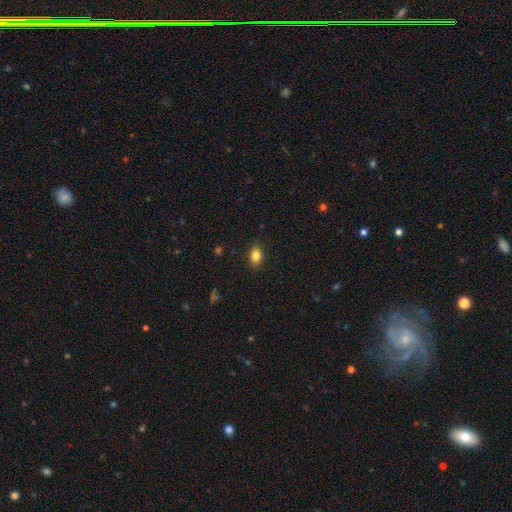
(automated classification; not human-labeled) This appears to be a smooth galaxy with no disk features (84%) that is in between round and cigar-shaped (79%). Merging: none (87%).